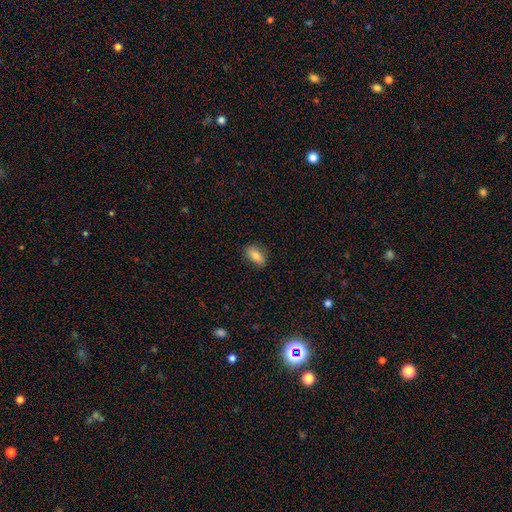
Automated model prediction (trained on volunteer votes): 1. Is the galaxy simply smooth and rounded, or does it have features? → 82% smooth, 10% featured or disk, 8% star or artifact.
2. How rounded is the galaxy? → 87% in between, 9% cigar-shaped, 4% round.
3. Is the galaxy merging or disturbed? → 83% none, 13% minor disturbance, 3% major disturbance, 1% merger.